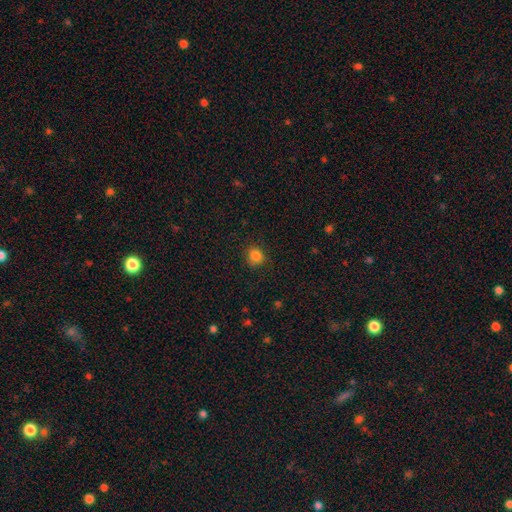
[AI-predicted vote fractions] The model was most divided on "how rounded": round: 77%, in between: 22%, cigar-shaped: 1%. More confident: smooth or featured — smooth (84%); merging — none (82%).